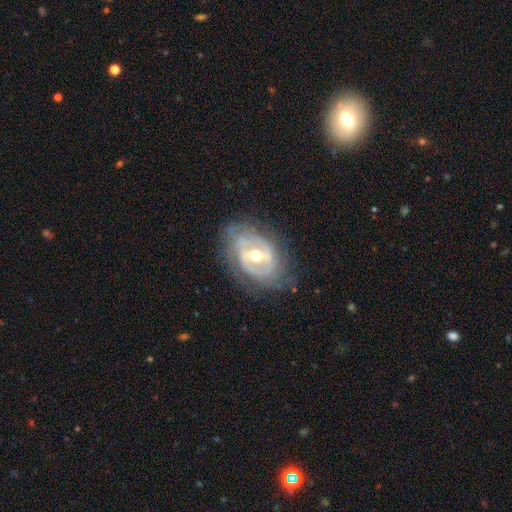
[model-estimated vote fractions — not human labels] Smooth or featured: featured or disk — 84% (smooth — 10%)
Edge-on disk: no — 95% (yes — 5%)
Bar: strong — 43% (weak — 41%)
Spiral arms: yes — 80% (no — 20%)
Spiral winding: tight — 58% (medium — 30%)
Spiral arm count: 2 — 42% (can't tell — 36%)
Bulge size: moderate — 68% (small — 27%)
Merging: none — 69% (minor disturbance — 20%)